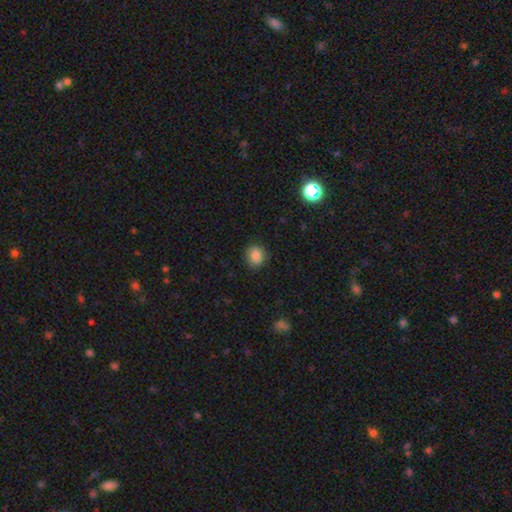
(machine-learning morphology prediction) Smooth or featured: smooth — 85% (star or artifact — 10%)
How rounded: round — 74% (in between — 25%)
Merging: none — 88% (minor disturbance — 8%)